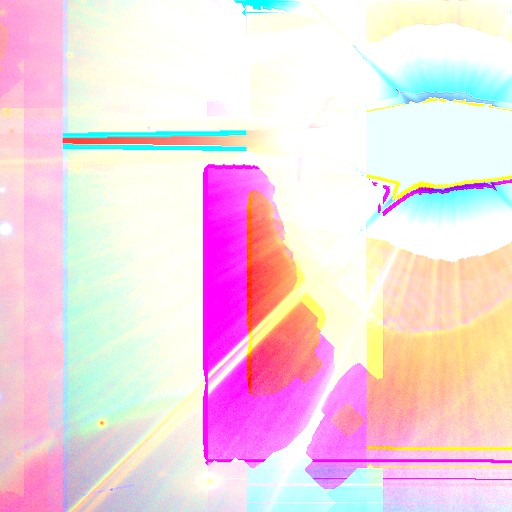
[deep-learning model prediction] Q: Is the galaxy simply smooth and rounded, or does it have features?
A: star or artifact — 70%.